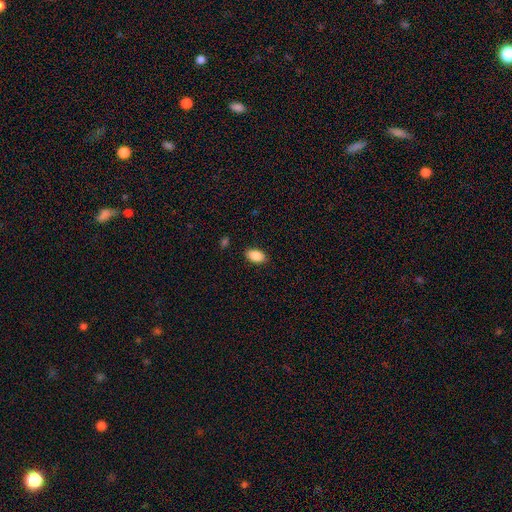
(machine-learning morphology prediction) smooth_or_featured: smooth (p=0.89) [alt: star or artifact p=0.07]
how_rounded: in between (p=0.93) [alt: round p=0.06]
merging: none (p=0.87) [alt: minor disturbance p=0.10]